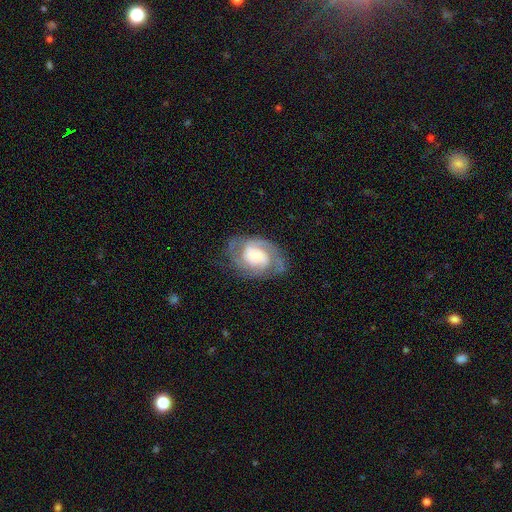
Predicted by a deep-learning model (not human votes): Q: Smooth or featured?
A: featured or disk (83%); runner-up: smooth (11%)
Q: Edge-on disk?
A: no (97%); runner-up: yes (3%)
Q: Bar?
A: no (59%); runner-up: weak (32%)
Q: Spiral arms?
A: yes (95%); runner-up: no (5%)
Q: Spiral winding?
A: tight (49%); runner-up: medium (41%)
Q: Spiral arm count?
A: 2 (44%); runner-up: 3 (23%)
Q: Bulge size?
A: small (43%); runner-up: moderate (39%)
Q: Merging?
A: none (68%); runner-up: minor disturbance (19%)